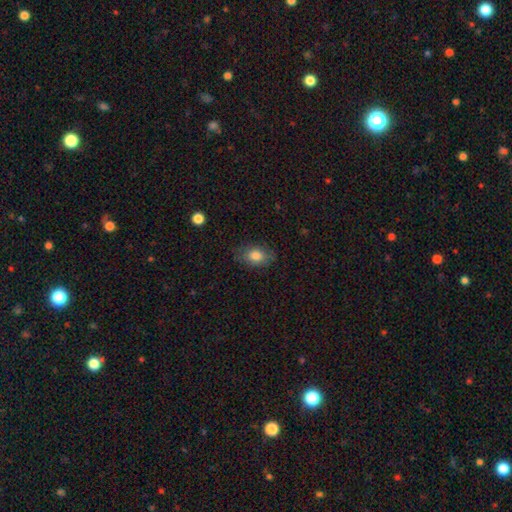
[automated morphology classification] Overall: smooth (82%). How rounded: in between (81%). Merging: none (77%).